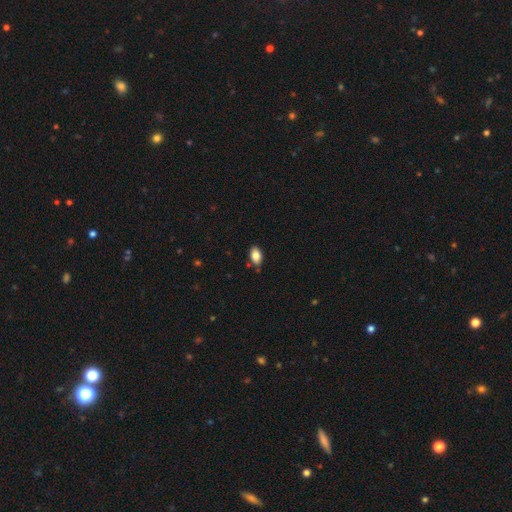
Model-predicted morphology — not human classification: smooth-or-featured: smooth: 85% | star or artifact: 8% | featured or disk: 7%
  how-rounded: in between: 91% | round: 7% | cigar-shaped: 2%
  merging: none: 82% | minor disturbance: 13% | merger: 3% | major disturbance: 2%